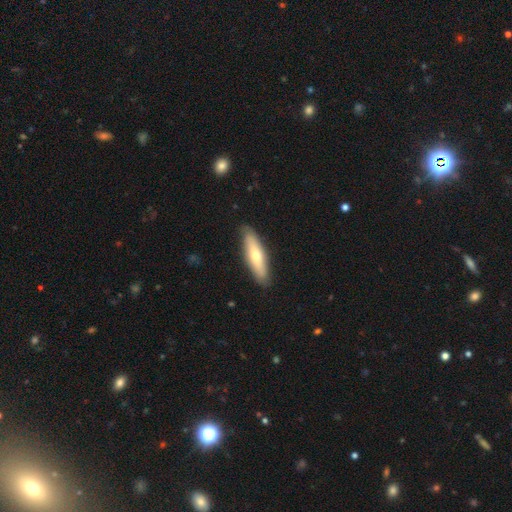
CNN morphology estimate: Smooth or featured?
  - smooth: 61% *
  - featured or disk: 34%
  - star or artifact: 5%
How rounded?
  - cigar-shaped: 65% *
  - in between: 33%
  - round: 2%
Merging?
  - none: 86% *
  - minor disturbance: 11%
  - major disturbance: 2%
  - merger: 1%